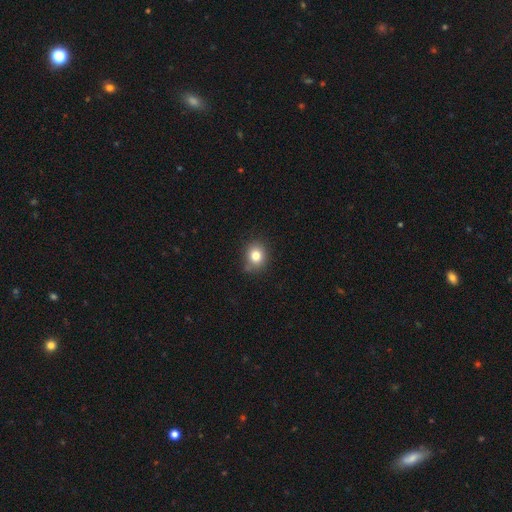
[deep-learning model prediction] A smooth galaxy with no disk features (81%) that is round (75%).

Vote fractions:
- Smooth or featured? smooth: 81% / star or artifact: 11% / featured or disk: 8%
- How rounded? round: 75% / in between: 24% / cigar-shaped: 1%
- Merging? none: 77% / minor disturbance: 17% / major disturbance: 3% / merger: 2%